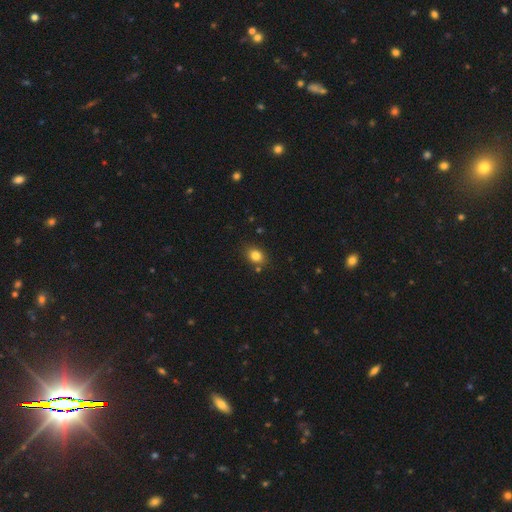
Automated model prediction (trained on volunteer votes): Smooth or featured? Predicted: smooth (p=0.83). How rounded? Predicted: in between (p=0.52). Merging? Predicted: none (p=0.81).